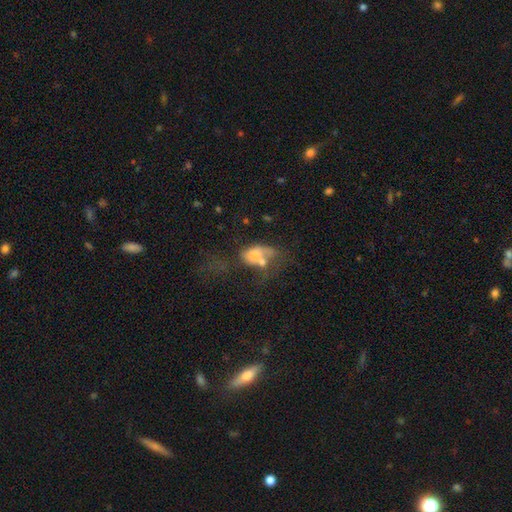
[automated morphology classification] Overall: smooth (53%; featured or disk 36%). How rounded: in between (78%). Merging: merger (43%; major disturbance 29%).